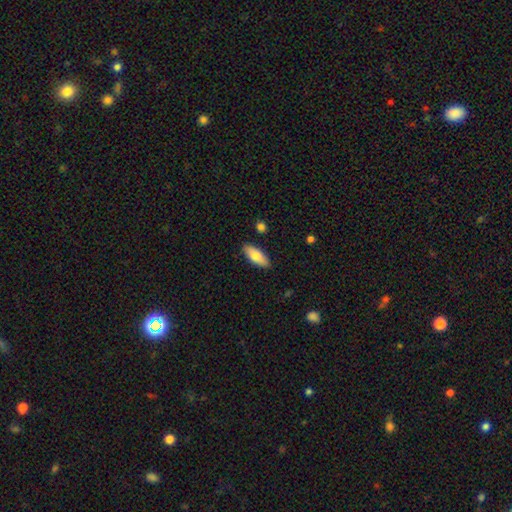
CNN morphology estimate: smooth-or-featured: smooth: 76% | featured or disk: 18% | star or artifact: 6%
  how-rounded: in between: 81% | cigar-shaped: 17% | round: 2%
  merging: none: 87% | minor disturbance: 9% | merger: 2% | major disturbance: 2%